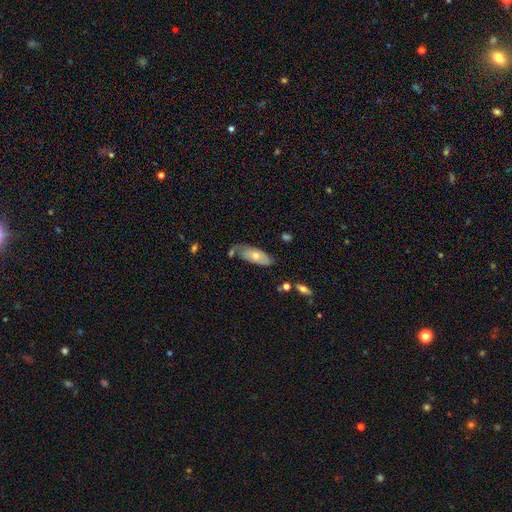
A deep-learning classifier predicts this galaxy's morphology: type=featured or disk (50%); merging=none (51%).